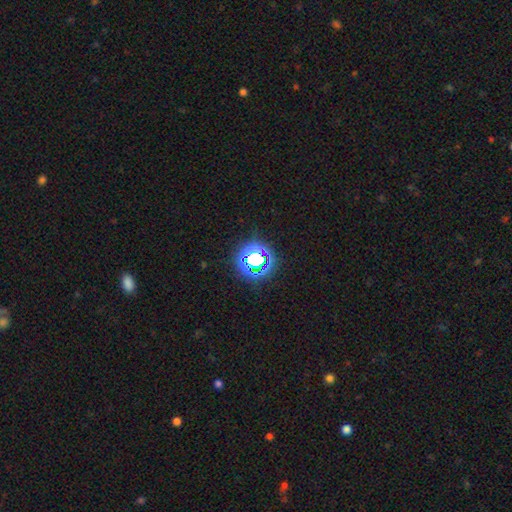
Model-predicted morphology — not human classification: star or artifact 62%, smooth 26%, featured or disk 11%.